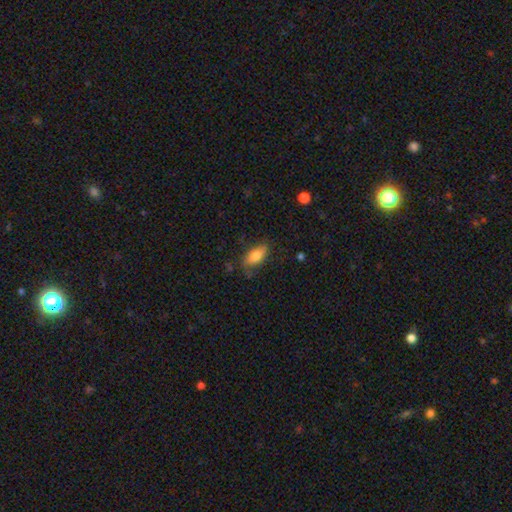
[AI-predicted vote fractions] Morphology: type=smooth (75%); roundness=in between (85%); merging=none (68%).